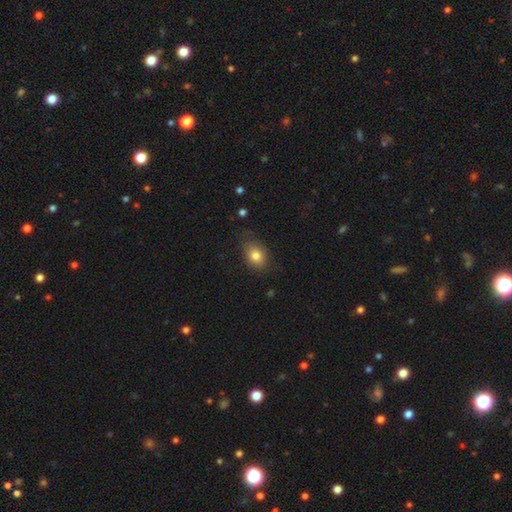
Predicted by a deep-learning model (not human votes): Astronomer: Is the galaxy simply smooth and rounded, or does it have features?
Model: smooth — 80%.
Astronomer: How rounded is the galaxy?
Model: in between — 65%.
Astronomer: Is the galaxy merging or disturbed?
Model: none — 70%.